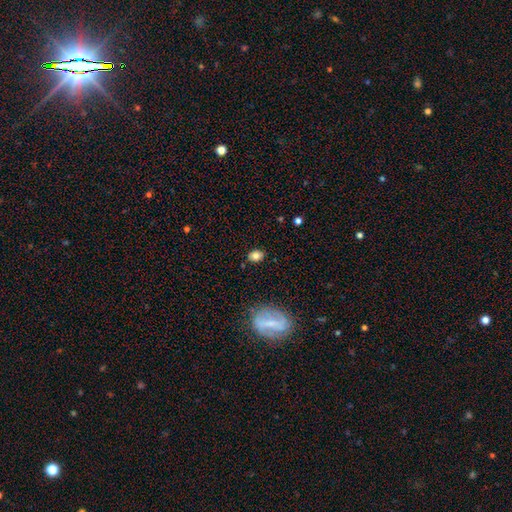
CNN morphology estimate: Overall: smooth (79%). How rounded: in between (63%; round 35%). Merging: none (83%).